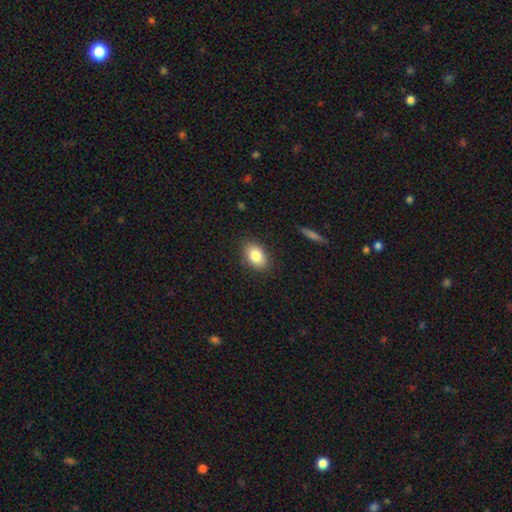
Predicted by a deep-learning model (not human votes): Morphology: type=smooth (83%); roundness=in between (82%); merging=none (85%).